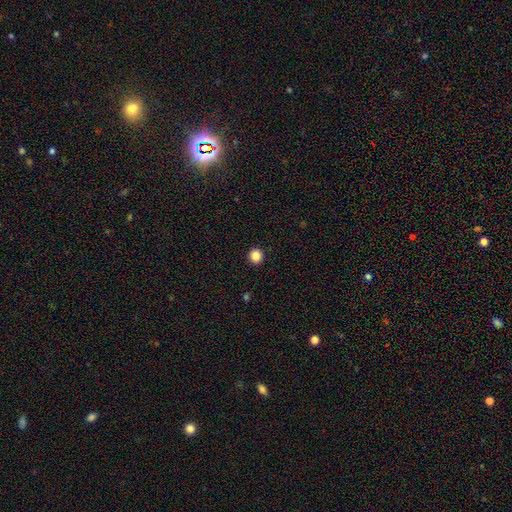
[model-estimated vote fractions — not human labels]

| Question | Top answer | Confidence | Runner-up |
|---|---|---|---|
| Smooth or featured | smooth | 86% | star or artifact (10%) |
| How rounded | round | 92% | in between (8%) |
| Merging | none | 93% | minor disturbance (4%) |